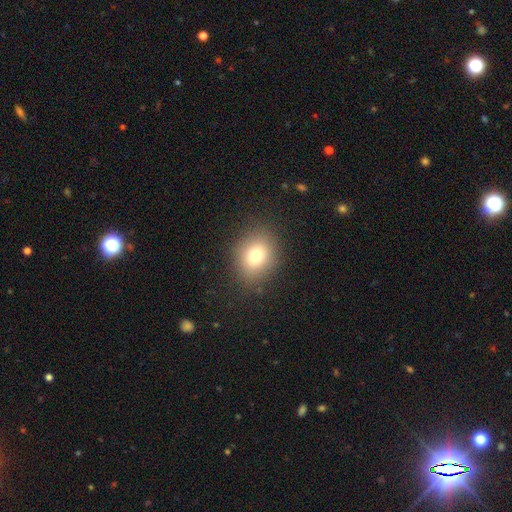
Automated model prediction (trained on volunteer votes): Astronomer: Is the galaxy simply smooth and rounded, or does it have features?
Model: smooth — 75%.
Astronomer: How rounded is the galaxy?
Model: round — 62% (runner-up: in between, 37%).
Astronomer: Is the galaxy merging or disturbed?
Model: none — 86%.